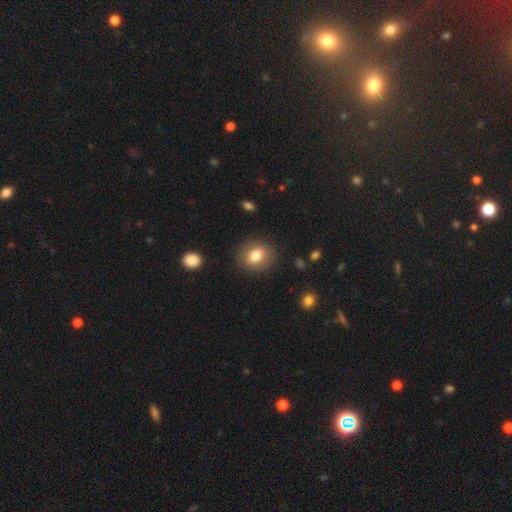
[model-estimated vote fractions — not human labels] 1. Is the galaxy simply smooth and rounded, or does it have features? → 79% smooth, 12% featured or disk, 9% star or artifact.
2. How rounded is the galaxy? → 61% round, 38% in between, 1% cigar-shaped.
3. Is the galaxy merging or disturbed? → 86% none, 9% minor disturbance, 3% major disturbance, 1% merger.